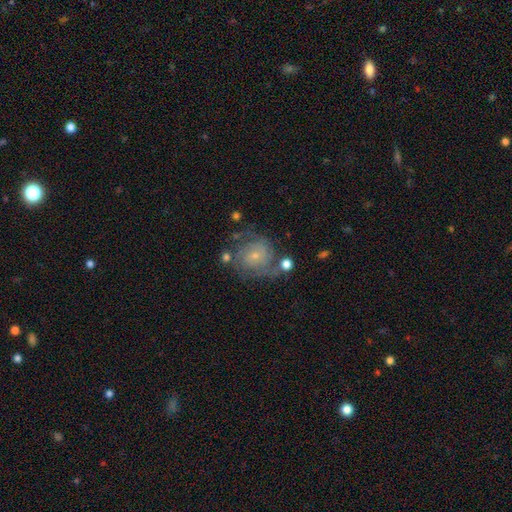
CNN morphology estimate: smooth-or-featured: featured or disk: 72% | smooth: 20% | star or artifact: 8%
  disk-edge-on: no: 98% | yes: 2%
    bar: no: 75% | weak: 22% | strong: 4%
    has-spiral-arms: yes: 88% | no: 12%
      spiral-winding: tight: 58% | medium: 32% | loose: 11%
      spiral-arm-count: can't tell: 36% | 2: 32% | 3: 15% | 4: 7% | 1: 5% | more than 4: 5%
    bulge-size: small: 75% | moderate: 19% | none: 3% | large: 2% | dominant: 1%
  merging: none: 56% | minor disturbance: 20% | major disturbance: 15% | merger: 8%